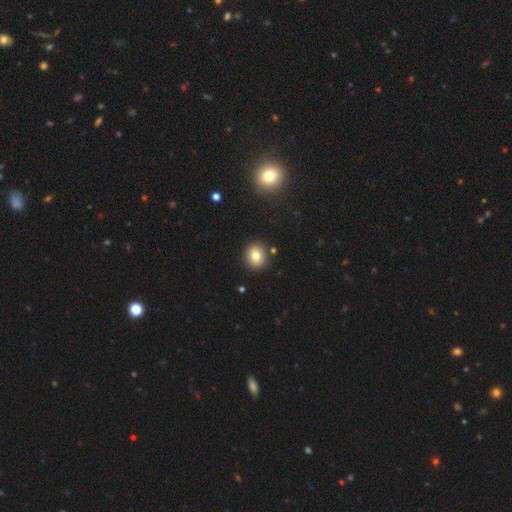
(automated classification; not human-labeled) Q: Smooth or featured?
A: smooth (78%); runner-up: star or artifact (12%)
Q: How rounded?
A: round (81%); runner-up: in between (18%)
Q: Merging?
A: none (87%); runner-up: minor disturbance (8%)